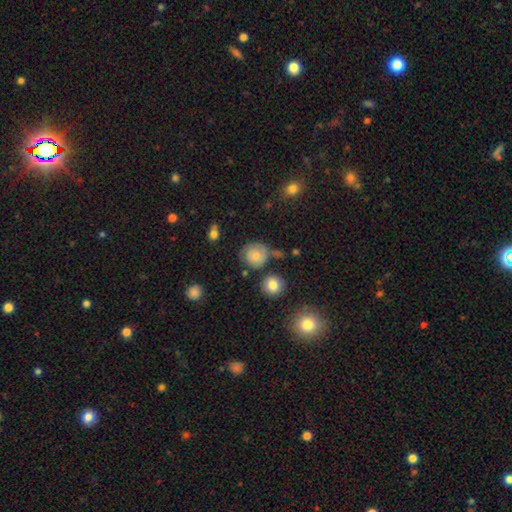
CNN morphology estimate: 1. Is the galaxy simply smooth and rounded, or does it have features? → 52% smooth, 38% featured or disk, 10% star or artifact.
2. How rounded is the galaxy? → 85% round, 14% in between, 1% cigar-shaped.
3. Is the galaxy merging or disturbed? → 58% none, 23% minor disturbance, 12% major disturbance, 8% merger.